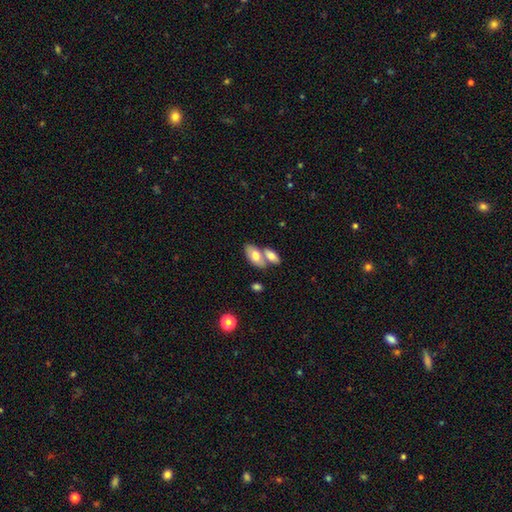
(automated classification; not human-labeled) This is likely a smooth galaxy (70%). How rounded: clearly in between (91%). Merging: possibly merger (51%).